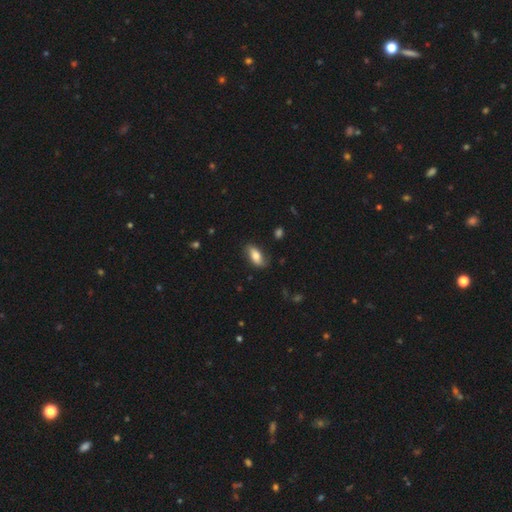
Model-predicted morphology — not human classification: This appears to be a smooth galaxy with no disk features (72%) that is in between round and cigar-shaped (85%). Merging: none (76%).